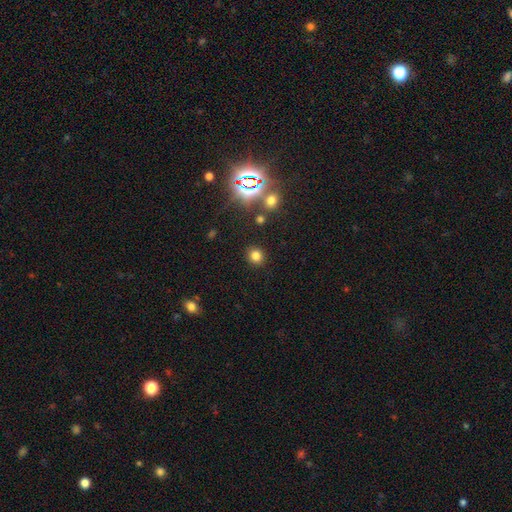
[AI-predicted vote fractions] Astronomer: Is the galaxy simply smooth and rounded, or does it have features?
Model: smooth — 75%.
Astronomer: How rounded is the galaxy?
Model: round — 85%.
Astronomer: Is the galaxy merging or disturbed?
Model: none — 88%.